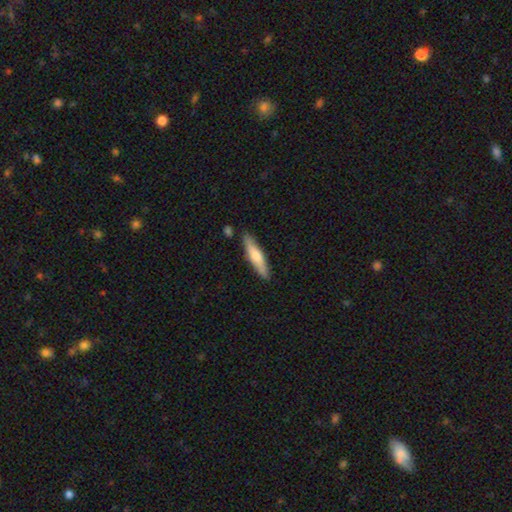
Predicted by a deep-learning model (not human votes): The model was most divided on "smooth or featured": smooth: 57%, featured or disk: 38%, star or artifact: 5%. More confident: merging — none (86%); how rounded — cigar-shaped (84%).